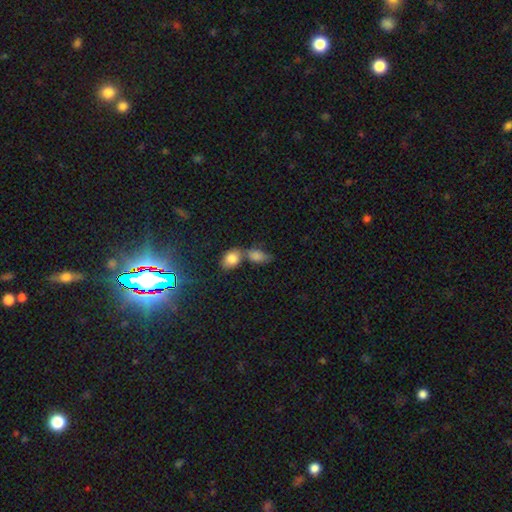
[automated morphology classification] Overall: smooth (61%; star or artifact 26%). How rounded: in between (80%). Merging: merger (45%; none 41%).